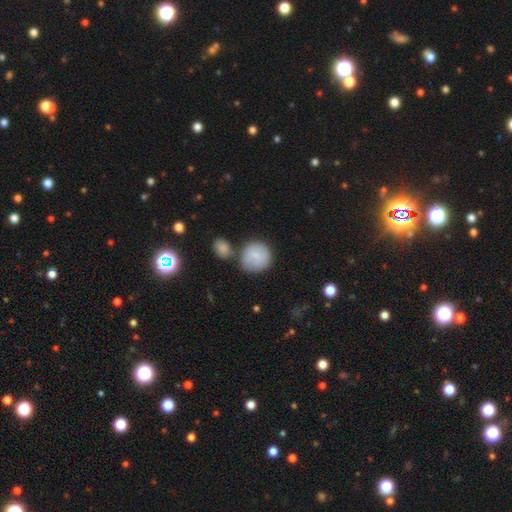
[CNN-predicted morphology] Smooth or featured? Predicted: smooth (p=0.81). How rounded? Predicted: round (p=0.89). Merging? Predicted: none (p=0.56).